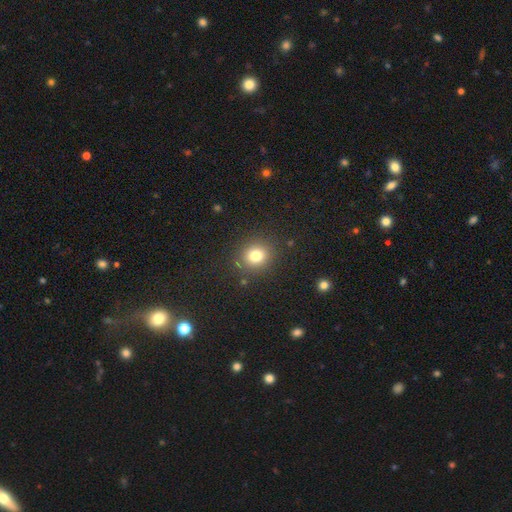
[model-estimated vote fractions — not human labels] Smooth or featured: smooth — 79% (star or artifact — 14%)
How rounded: round — 82% (in between — 17%)
Merging: none — 87% (minor disturbance — 8%)